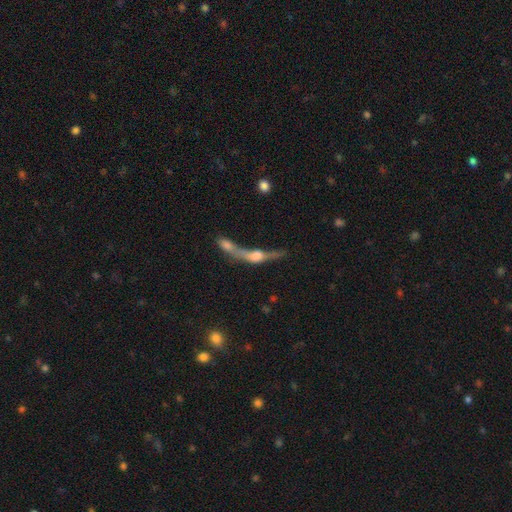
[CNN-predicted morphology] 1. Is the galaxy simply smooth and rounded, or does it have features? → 58% featured or disk, 30% smooth, 13% star or artifact.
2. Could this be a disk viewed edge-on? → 71% yes, 29% no.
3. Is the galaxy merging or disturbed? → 60% merger, 21% none, 11% major disturbance, 8% minor disturbance.